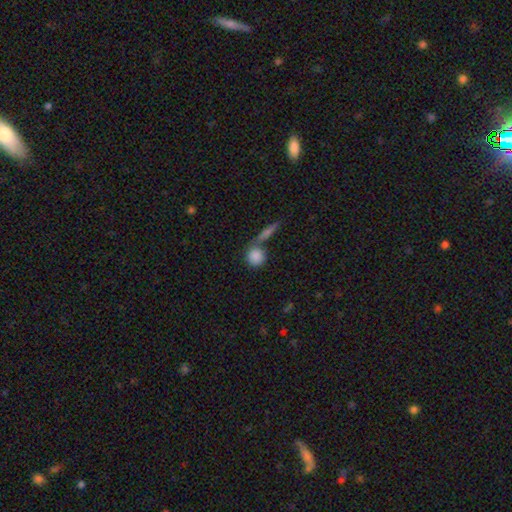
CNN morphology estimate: Overall: smooth (84%). How rounded: round (85%). Merging: none (56%; merger 30%).